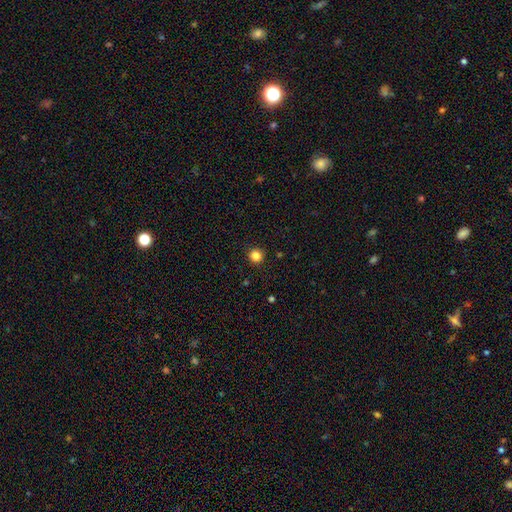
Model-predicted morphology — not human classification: This appears to be a smooth galaxy with no disk features (84%) that is round (95%). Merging: none (92%).